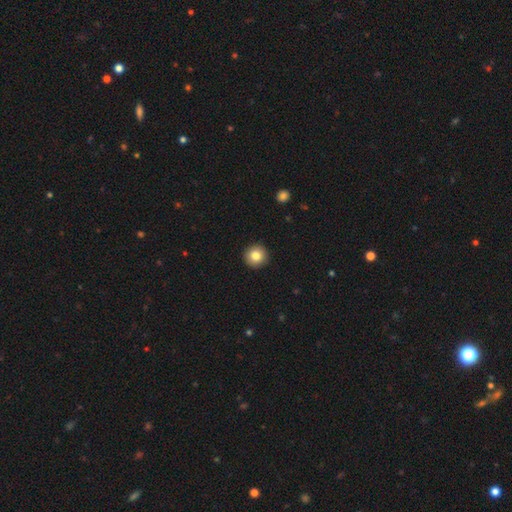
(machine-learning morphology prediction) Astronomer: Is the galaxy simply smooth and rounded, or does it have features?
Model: smooth — 82%.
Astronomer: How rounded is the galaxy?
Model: round — 95%.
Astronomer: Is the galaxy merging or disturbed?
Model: none — 93%.